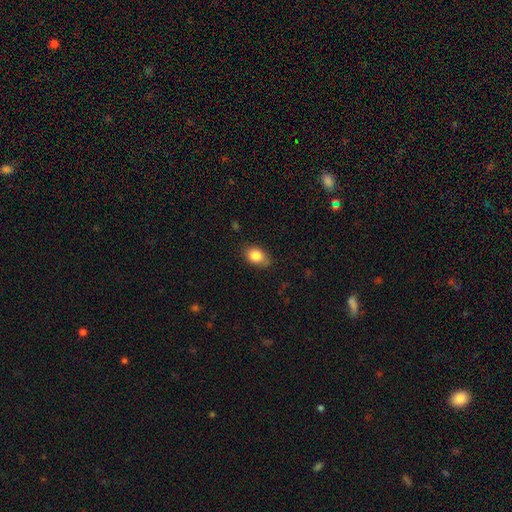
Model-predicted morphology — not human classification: This is clearly a smooth galaxy (84%). How rounded: clearly in between (80%). Merging: likely none (77%).